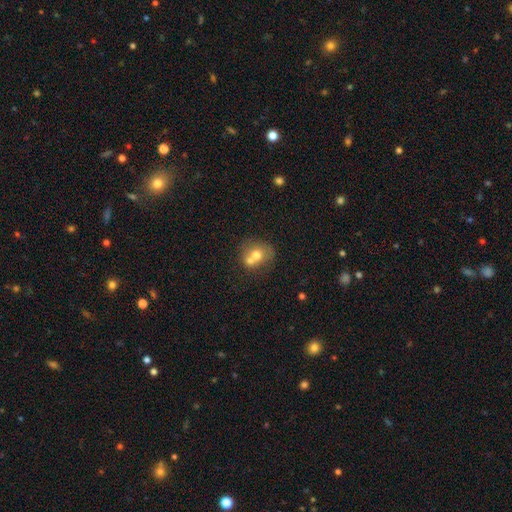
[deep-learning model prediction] This appears to be a smooth galaxy with no disk features (66%) that is round (73%). Merging: merger (54%).